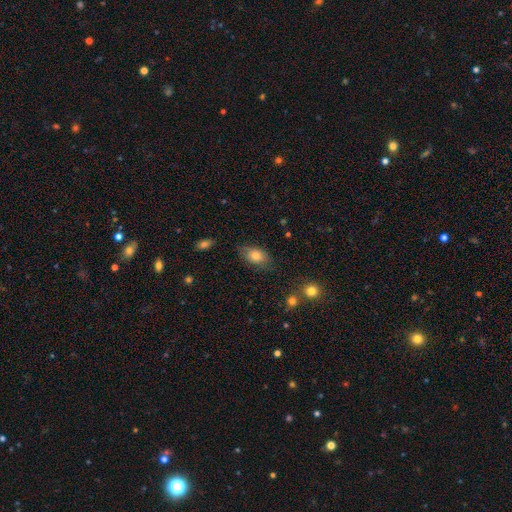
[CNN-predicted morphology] Smooth or featured: smooth — 79% (featured or disk — 13%)
How rounded: in between — 89% (round — 8%)
Merging: none — 72% (minor disturbance — 22%)